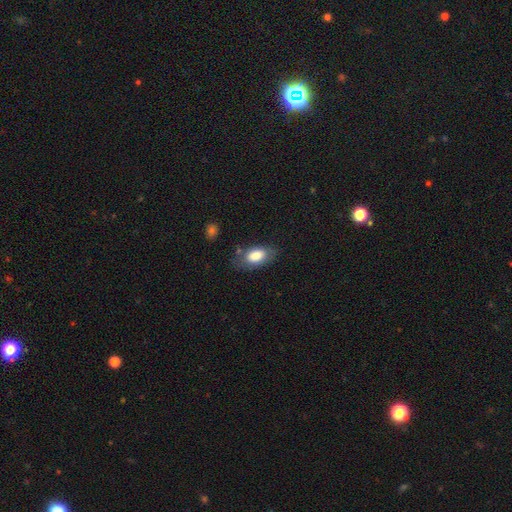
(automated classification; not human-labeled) smooth_or_featured: smooth (p=0.81) [alt: featured or disk p=0.13]
how_rounded: in between (p=0.92) [alt: round p=0.05]
merging: none (p=0.68) [alt: minor disturbance p=0.21]